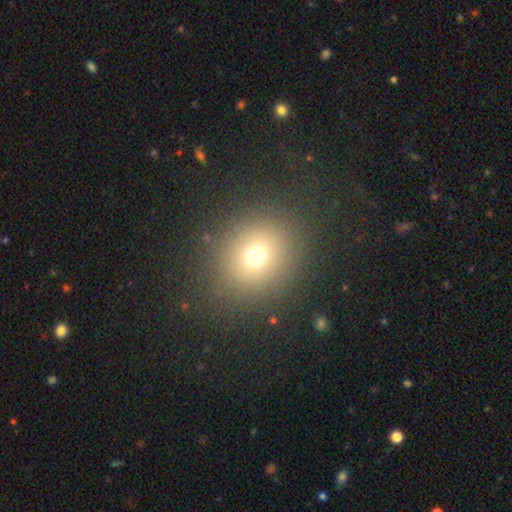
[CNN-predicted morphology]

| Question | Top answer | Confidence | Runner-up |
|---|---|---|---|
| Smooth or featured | smooth | 71% | star or artifact (19%) |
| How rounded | round | 75% | in between (24%) |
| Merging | none | 87% | minor disturbance (7%) |